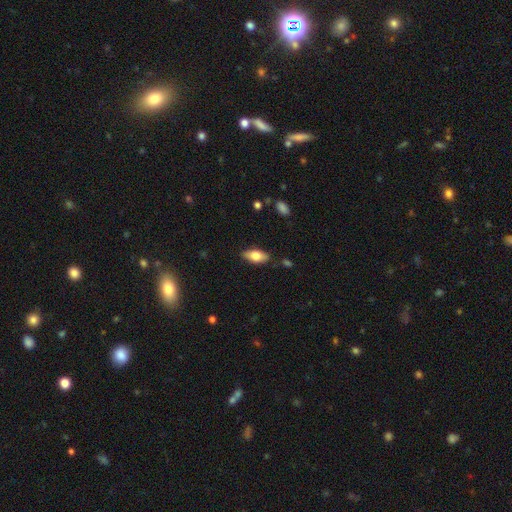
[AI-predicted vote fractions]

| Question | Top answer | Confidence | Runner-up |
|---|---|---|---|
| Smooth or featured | smooth | 73% | featured or disk (20%) |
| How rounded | in between | 85% | cigar-shaped (12%) |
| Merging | none | 83% | minor disturbance (13%) |